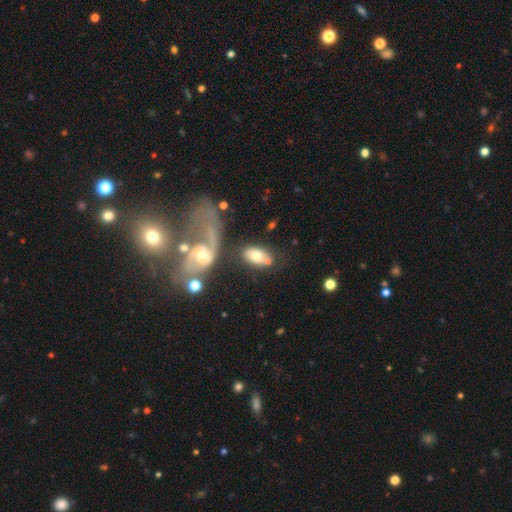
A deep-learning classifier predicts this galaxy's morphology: smooth_or_featured: smooth (p=0.59) [alt: featured or disk p=0.34]
how_rounded: in between (p=0.89) [alt: round p=0.09]
merging: none (p=0.55) [alt: merger p=0.21]